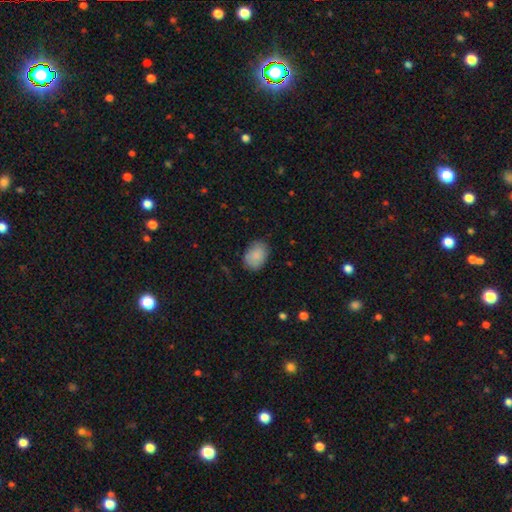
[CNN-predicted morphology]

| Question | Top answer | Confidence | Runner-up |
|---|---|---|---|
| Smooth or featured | smooth | 86% | star or artifact (7%) |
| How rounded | in between | 71% | round (28%) |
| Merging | none | 77% | minor disturbance (18%) |